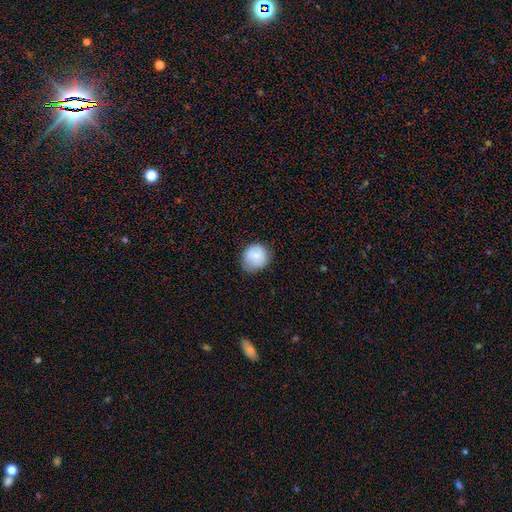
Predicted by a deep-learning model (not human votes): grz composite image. It shows a smooth galaxy with no disk features (77%) that is round (81%). Merging: none (69%).